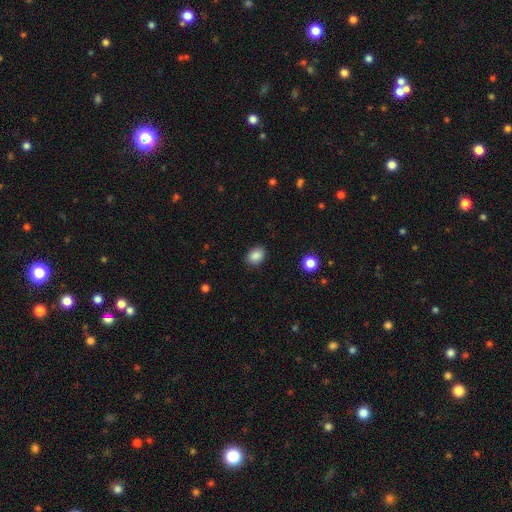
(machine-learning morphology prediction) Q: Smooth or featured?
A: smooth (87%); runner-up: star or artifact (9%)
Q: How rounded?
A: in between (69%); runner-up: round (30%)
Q: Merging?
A: none (87%); runner-up: minor disturbance (10%)